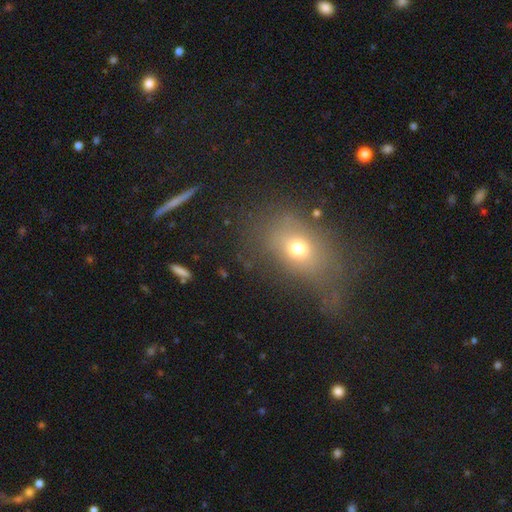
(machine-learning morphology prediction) This is possibly a smooth galaxy (57%). How rounded: likely in between (60%). Merging: possibly none (58%).